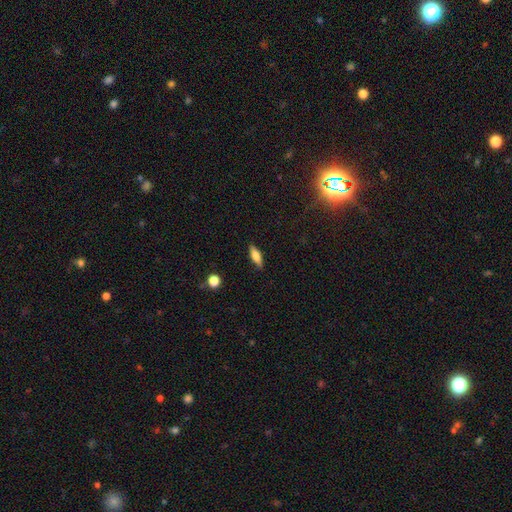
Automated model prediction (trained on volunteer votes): This appears to be a smooth galaxy with no disk features (70%) that is in between round and cigar-shaped (57%). Merging: none (87%).